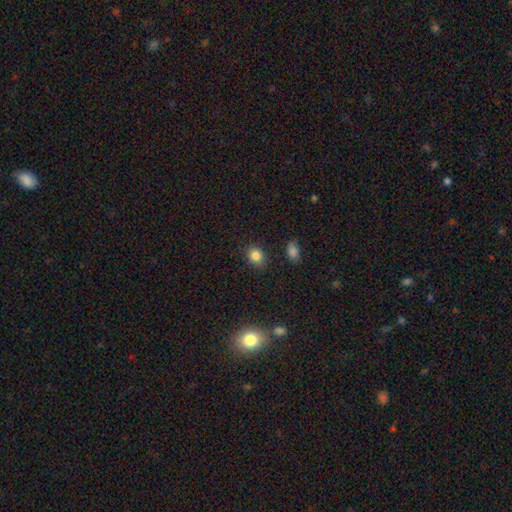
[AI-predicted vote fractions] Smooth or featured? smooth (83%)
How rounded? round (62%)
Merging? none (86%)